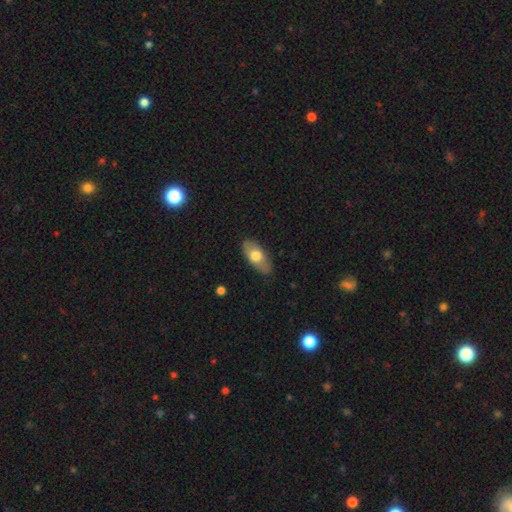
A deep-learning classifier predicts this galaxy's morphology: This appears to be a smooth galaxy with no disk features (67%) that is in between round and cigar-shaped (89%). Merging: none (85%).